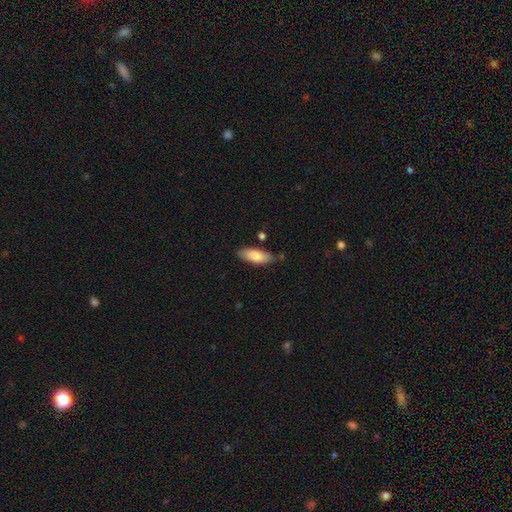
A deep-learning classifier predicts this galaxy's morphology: smooth_or_featured: smooth (p=0.81) [alt: featured or disk p=0.13]
how_rounded: in between (p=0.76) [alt: cigar-shaped p=0.22]
merging: none (p=0.78) [alt: minor disturbance p=0.15]